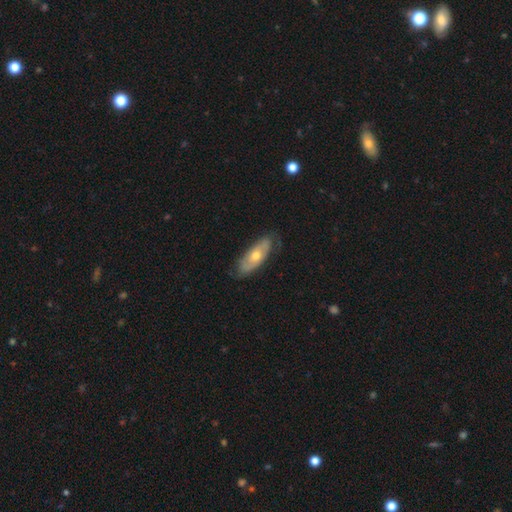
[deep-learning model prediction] A featured or disk galaxy (51%).

Vote fractions:
- Smooth or featured? featured or disk: 51% / smooth: 43% / star or artifact: 6%
- Edge-on disk? no: 74% / yes: 26%
- Merging? none: 76% / minor disturbance: 19% / major disturbance: 4% / merger: 1%